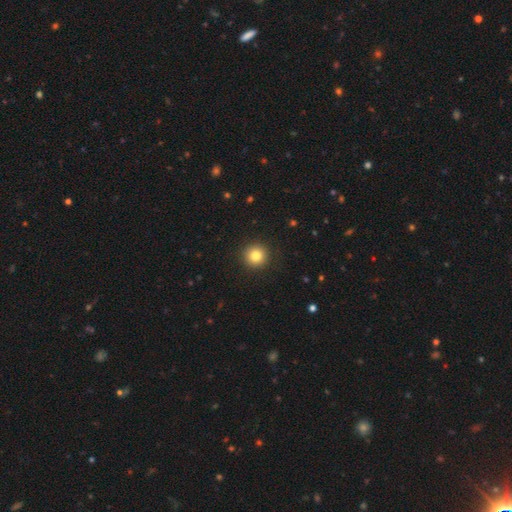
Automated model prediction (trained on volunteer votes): Smooth or featured: smooth — 83% (star or artifact — 11%)
How rounded: round — 95% (in between — 4%)
Merging: none — 92% (minor disturbance — 5%)